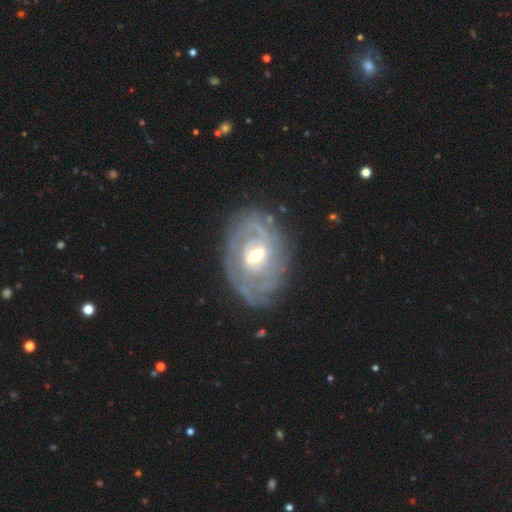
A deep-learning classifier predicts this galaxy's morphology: type=featured or disk (86%); edge-on=no (96%); bar=weak (50%); spiral arms=yes (92%); winding=tight (71%); arm count=can't tell (35%); bulge=moderate (66%); merging=none (74%).